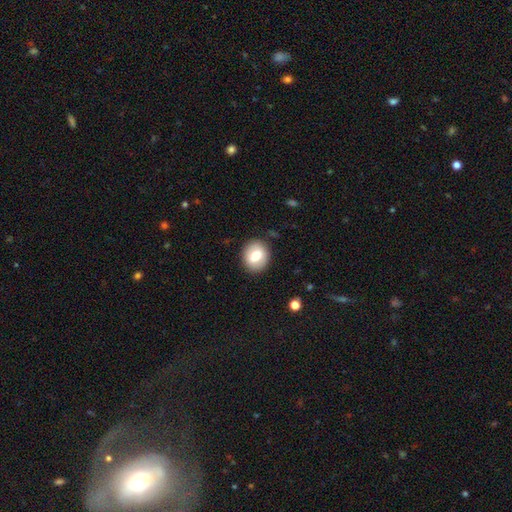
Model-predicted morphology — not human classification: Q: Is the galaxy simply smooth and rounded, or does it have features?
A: smooth — 74%.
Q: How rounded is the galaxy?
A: round — 63%.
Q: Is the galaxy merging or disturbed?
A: none — 88%.